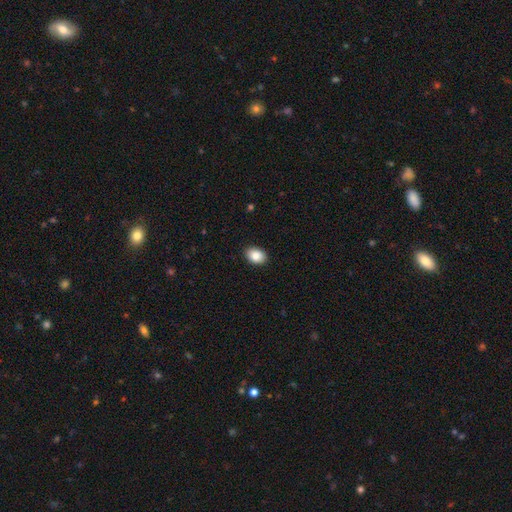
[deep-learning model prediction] A smooth galaxy with no disk features (86%) that is in between round and cigar-shaped (77%).

Vote fractions:
- Smooth or featured? smooth: 86% / star or artifact: 8% / featured or disk: 6%
- How rounded? in between: 77% / round: 22% / cigar-shaped: 1%
- Merging? none: 91% / minor disturbance: 7% / major disturbance: 2% / merger: 1%